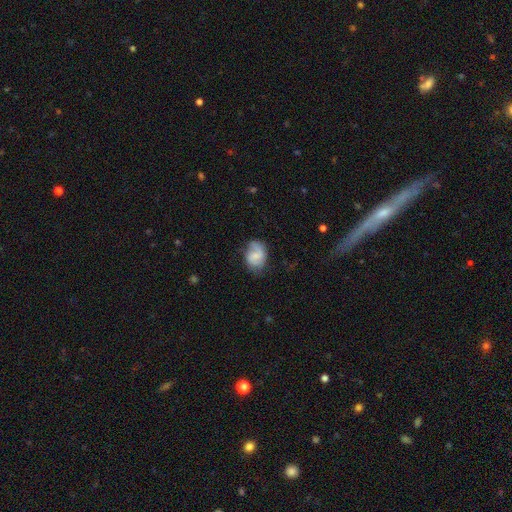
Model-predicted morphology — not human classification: type=featured or disk (52%); edge-on=no (97%); bar=weak (46%); spiral arms=yes (85%); bulge=small (46%); merging=none (58%).